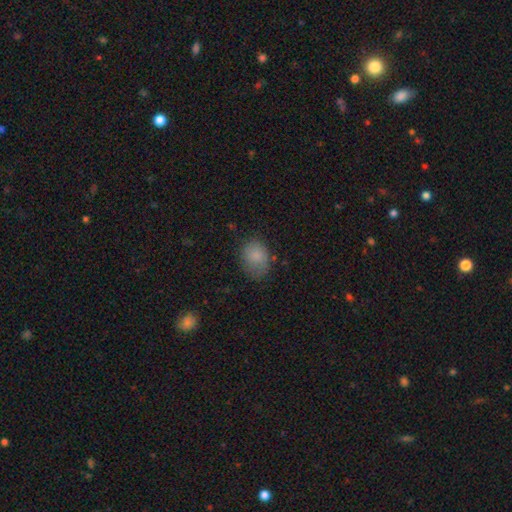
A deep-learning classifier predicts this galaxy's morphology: Overall: smooth (82%). How rounded: in between (62%; round 37%). Merging: none (65%; minor disturbance 26%).